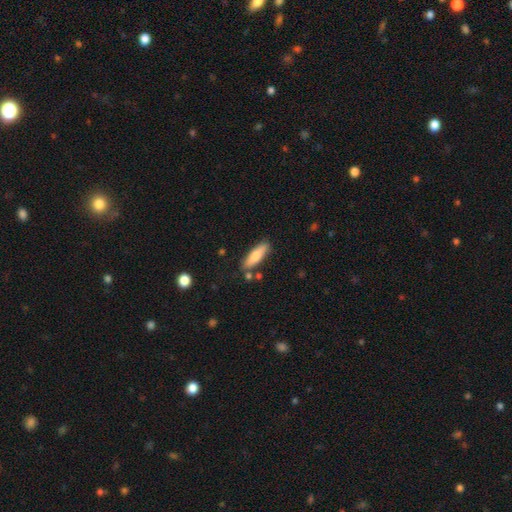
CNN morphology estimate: smooth 72%, featured or disk 22%, star or artifact 6%. Down the decision tree: how rounded — cigar-shaped (60%); merging — none (80%).